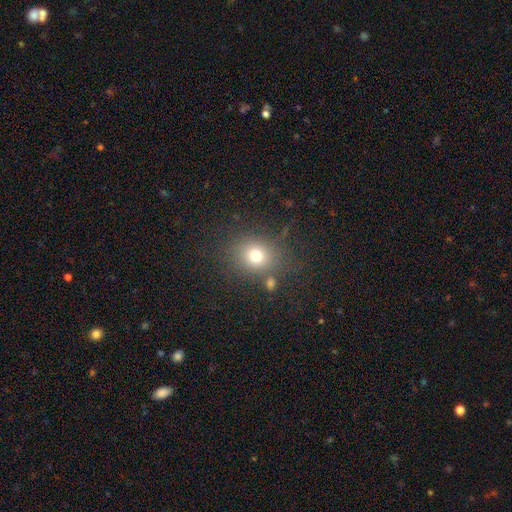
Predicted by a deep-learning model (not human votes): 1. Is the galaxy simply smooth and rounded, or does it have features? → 73% smooth, 16% star or artifact, 10% featured or disk.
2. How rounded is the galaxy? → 73% round, 26% in between, 1% cigar-shaped.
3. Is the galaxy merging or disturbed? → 77% none, 11% minor disturbance, 6% major disturbance, 5% merger.